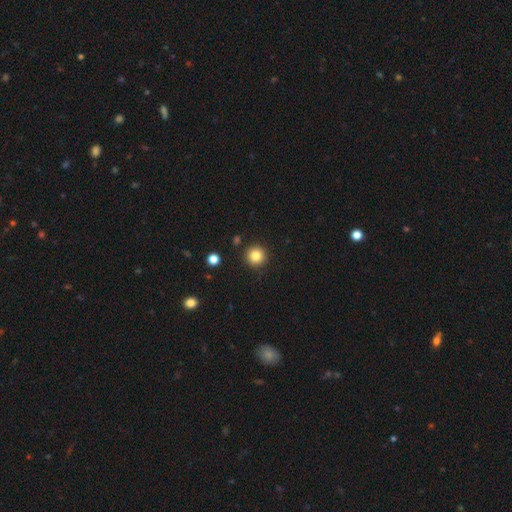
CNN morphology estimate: A smooth galaxy with no disk features (84%) that is round (95%). Merging: none (91%).